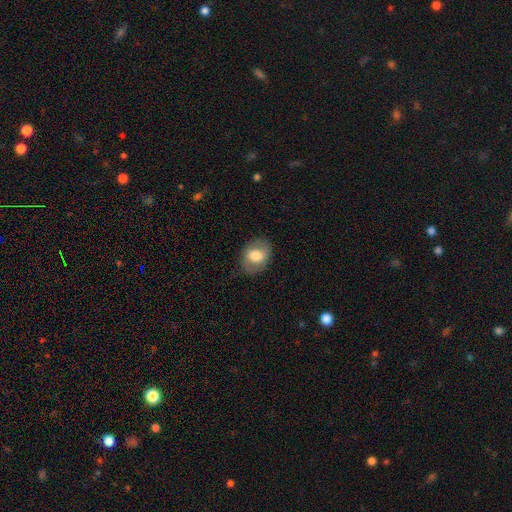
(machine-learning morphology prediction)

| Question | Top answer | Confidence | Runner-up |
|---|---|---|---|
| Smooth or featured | smooth | 67% | featured or disk (26%) |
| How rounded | in between | 66% | round (32%) |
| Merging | none | 80% | minor disturbance (14%) |